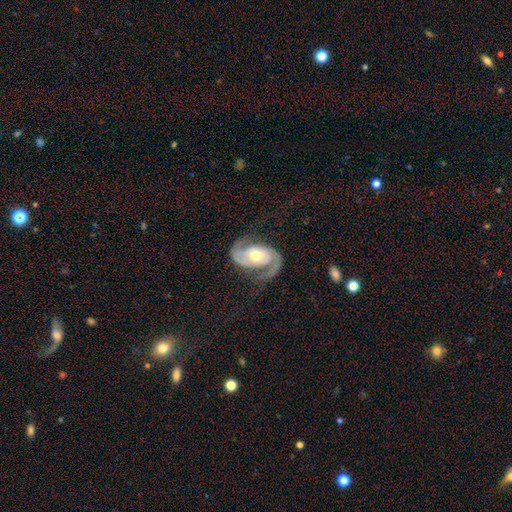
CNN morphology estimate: smooth-or-featured: featured or disk: 90% | smooth: 5% | star or artifact: 4%
  disk-edge-on: no: 97% | yes: 3%
    bar: no: 63% | weak: 25% | strong: 12%
    has-spiral-arms: yes: 97% | no: 3%
      spiral-winding: medium: 50% | loose: 26% | tight: 24%
      spiral-arm-count: 2: 93% | 1: 2% | can't tell: 2% | 3: 1% | 4: 1% | more than 4: 1%
    bulge-size: moderate: 69% | small: 23% | large: 6% | dominant: 1% | none: 1%
  merging: none: 73% | minor disturbance: 15% | major disturbance: 10% | merger: 1%